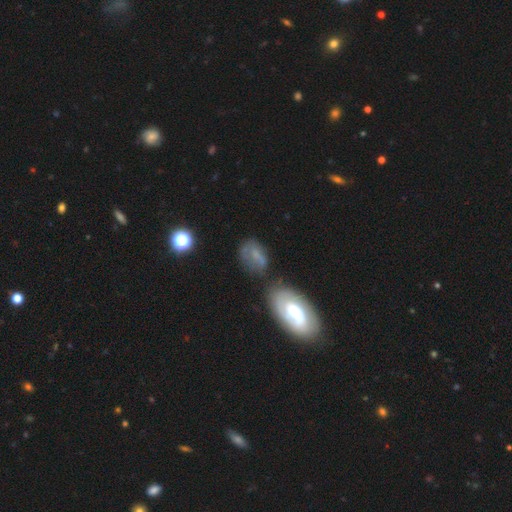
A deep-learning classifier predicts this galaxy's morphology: smooth_or_featured: smooth (p=0.52) [alt: featured or disk p=0.34]
how_rounded: in between (p=0.77) [alt: round p=0.20]
merging: none (p=0.44) [alt: minor disturbance p=0.25]